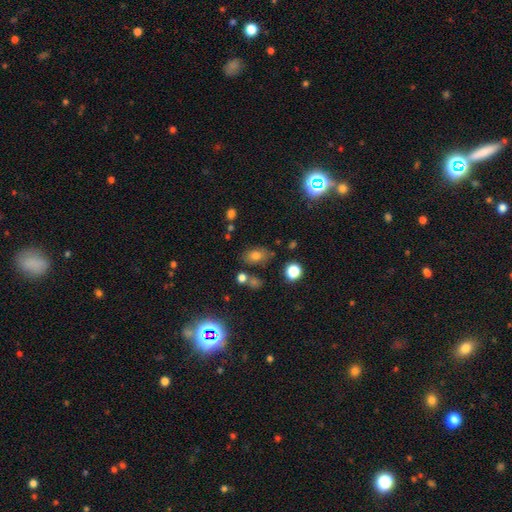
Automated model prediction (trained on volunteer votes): smooth-or-featured: smooth: 75% | star or artifact: 14% | featured or disk: 11%
  how-rounded: in between: 83% | round: 15% | cigar-shaped: 2%
  merging: none: 72% | minor disturbance: 15% | merger: 8% | major disturbance: 5%